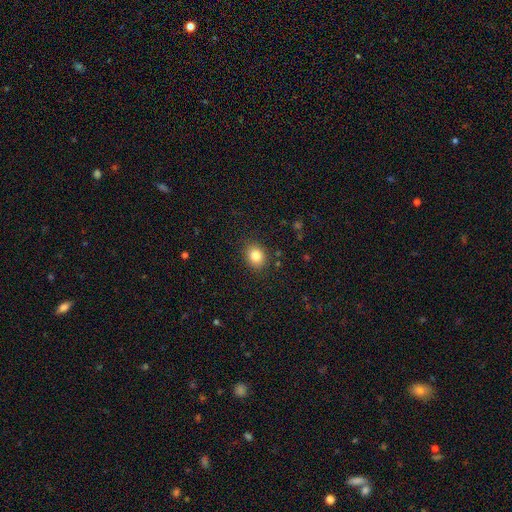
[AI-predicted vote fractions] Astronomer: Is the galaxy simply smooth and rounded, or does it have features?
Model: smooth — 84%.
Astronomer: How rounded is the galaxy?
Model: round — 59% (runner-up: in between, 41%).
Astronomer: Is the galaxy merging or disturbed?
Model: none — 88%.